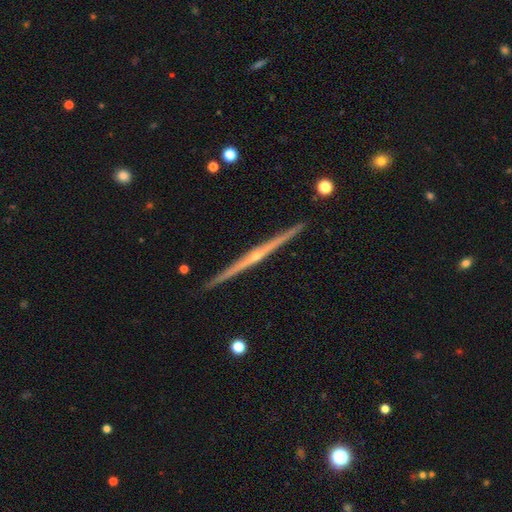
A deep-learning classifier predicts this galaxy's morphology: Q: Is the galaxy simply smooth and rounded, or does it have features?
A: featured or disk — 87%.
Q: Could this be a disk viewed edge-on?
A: yes — 99%.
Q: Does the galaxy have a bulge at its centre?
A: rounded — 77%.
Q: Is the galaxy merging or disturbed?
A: none — 93%.